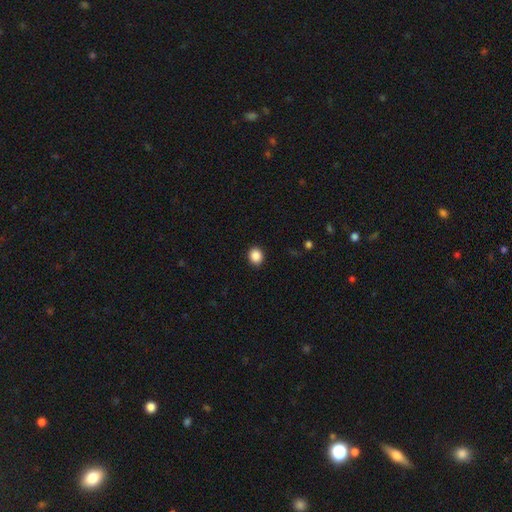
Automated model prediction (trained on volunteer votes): Smooth or featured?
  - smooth: 88% *
  - star or artifact: 9%
  - featured or disk: 3%
How rounded?
  - round: 70% *
  - in between: 29%
  - cigar-shaped: 1%
Merging?
  - none: 91% *
  - minor disturbance: 6%
  - major disturbance: 2%
  - merger: 1%